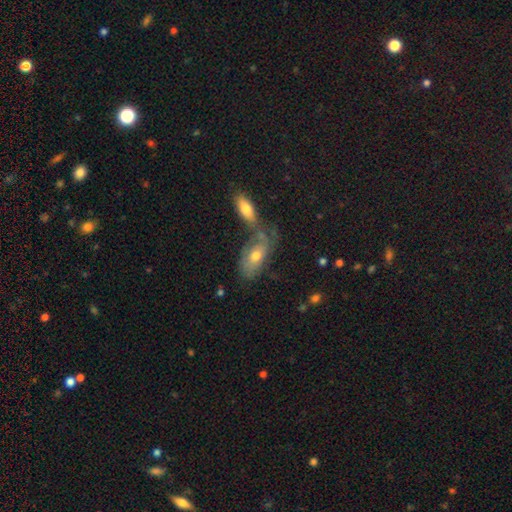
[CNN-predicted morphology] smooth_or_featured: smooth (p=0.51) [alt: featured or disk p=0.41]
how_rounded: in between (p=0.84) [alt: cigar-shaped p=0.12]
merging: none (p=0.43) [alt: merger p=0.34]